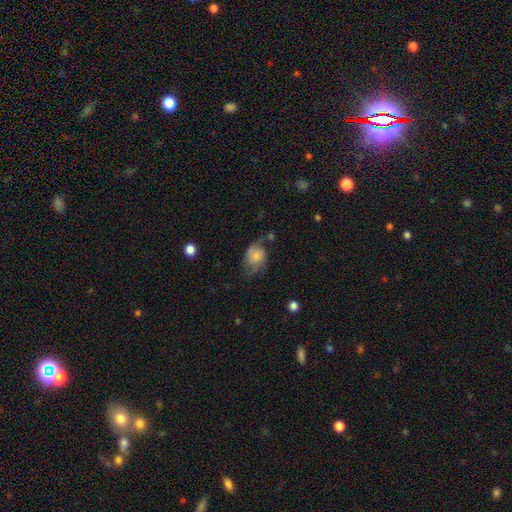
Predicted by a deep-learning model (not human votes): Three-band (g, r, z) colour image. It shows a featured or disk galaxy (46%). Merging: none (43%).